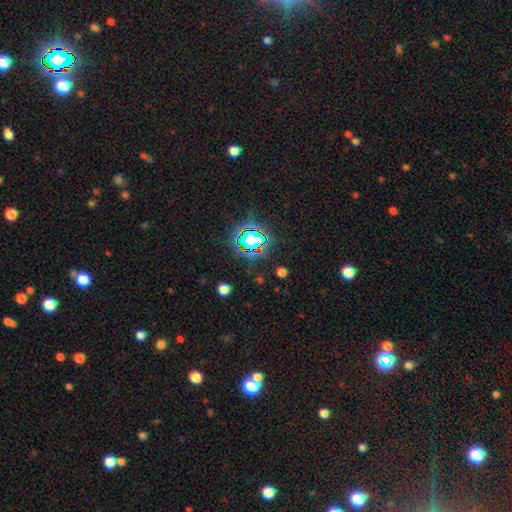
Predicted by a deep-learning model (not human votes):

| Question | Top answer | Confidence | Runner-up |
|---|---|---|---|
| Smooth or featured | star or artifact | 78% | smooth (14%) |